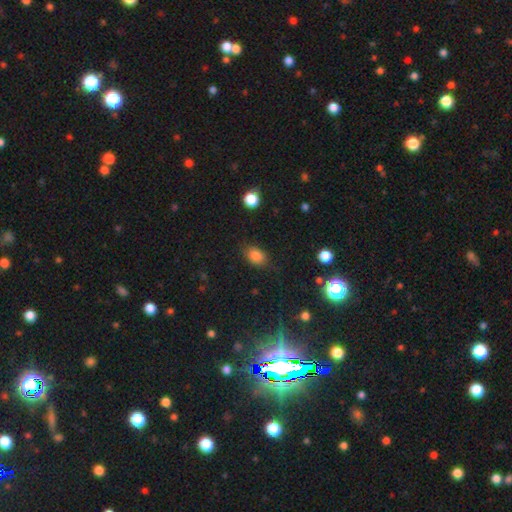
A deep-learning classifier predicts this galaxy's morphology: This is clearly a smooth galaxy (83%). How rounded: likely in between (72%). Merging: likely none (76%).